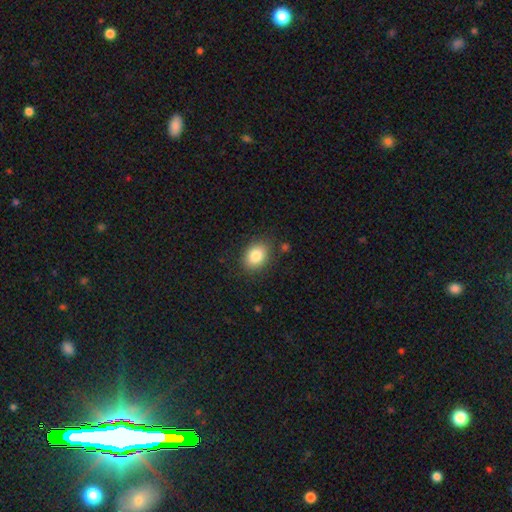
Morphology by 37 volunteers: A smooth galaxy with no disk features (95%) that is in between round and cigar-shaped (71%).

Vote fractions:
- Smooth or featured? smooth: 95% / star or artifact: 5% / featured or disk: 0%
- How rounded? in between: 71% / round: 29% / cigar-shaped: 0%
- Merging? none: 83% / major disturbance: 9% / minor disturbance: 6% / merger: 3%